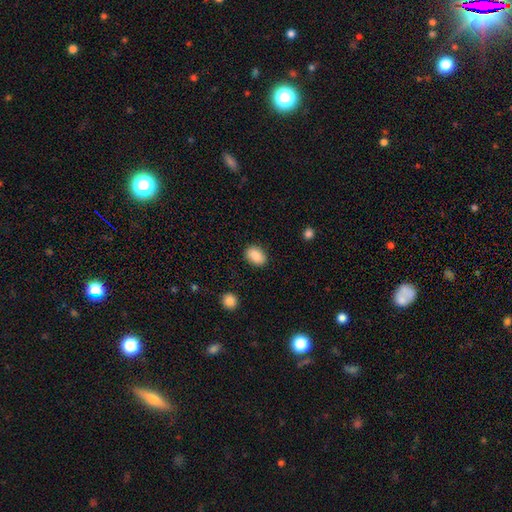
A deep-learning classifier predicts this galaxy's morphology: Smooth or featured? Predicted: smooth (p=0.87). How rounded? Predicted: in between (p=0.81). Merging? Predicted: none (p=0.86).